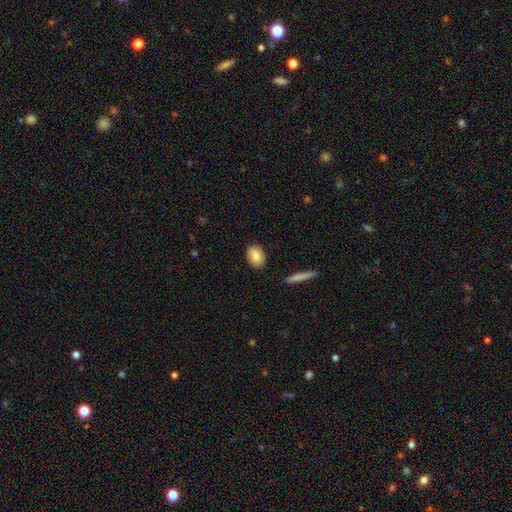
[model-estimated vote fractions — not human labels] smooth-or-featured: smooth: 85% | featured or disk: 8% | star or artifact: 6%
  how-rounded: in between: 76% | round: 22% | cigar-shaped: 2%
  merging: none: 88% | minor disturbance: 8% | major disturbance: 2% | merger: 2%